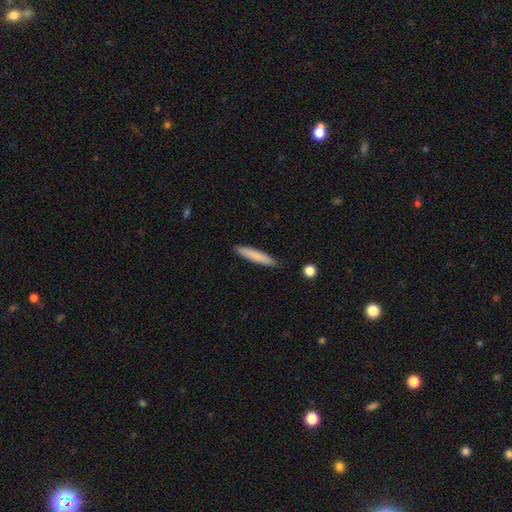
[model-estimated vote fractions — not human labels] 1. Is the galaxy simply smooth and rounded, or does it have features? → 80% smooth, 14% featured or disk, 6% star or artifact.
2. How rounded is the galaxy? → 91% cigar-shaped, 8% in between, 1% round.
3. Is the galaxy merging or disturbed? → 89% none, 8% minor disturbance, 2% major disturbance, 1% merger.